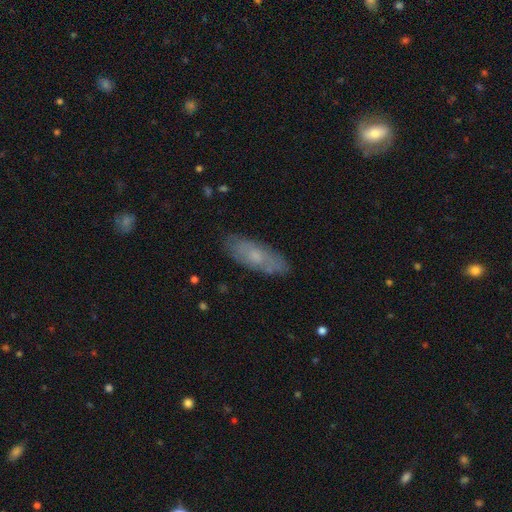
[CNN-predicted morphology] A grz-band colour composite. It shows a smooth galaxy with no disk features (55%) that is in between round and cigar-shaped (64%). Merging: none (80%).